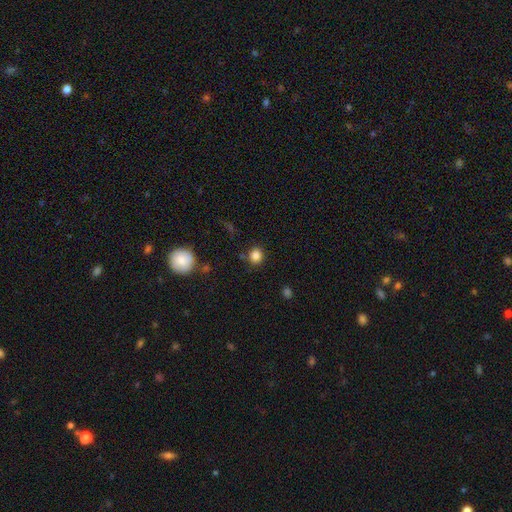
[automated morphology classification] Overall: smooth (84%). How rounded: round (86%). Merging: none (84%).